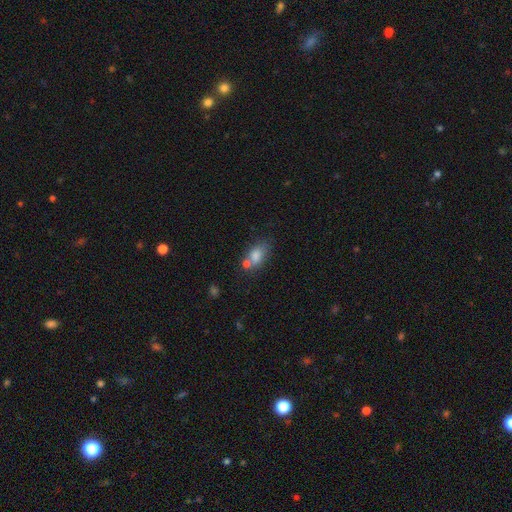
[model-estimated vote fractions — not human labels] smooth 79%, featured or disk 11%, star or artifact 10%. Down the decision tree: how rounded — in between (81%); merging — none (48%).